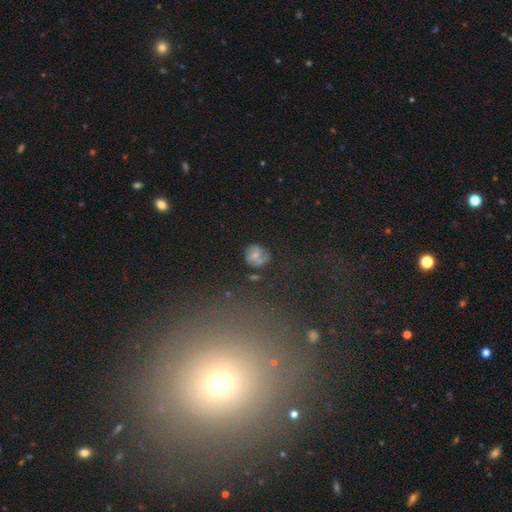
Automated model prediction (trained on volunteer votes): Q: Smooth or featured?
A: featured or disk (53%); runner-up: smooth (33%)
Q: Edge-on disk?
A: no (97%); runner-up: yes (3%)
Q: Bar?
A: no (57%); runner-up: weak (34%)
Q: Spiral arms?
A: yes (78%); runner-up: no (22%)
Q: Bulge size?
A: small (55%); runner-up: moderate (34%)
Q: Merging?
A: none (65%); runner-up: minor disturbance (21%)